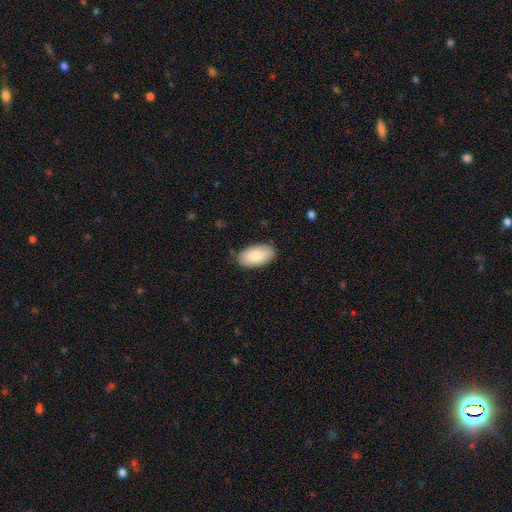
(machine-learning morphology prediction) Smooth or featured? smooth (85%)
How rounded? in between (96%)
Merging? none (85%)